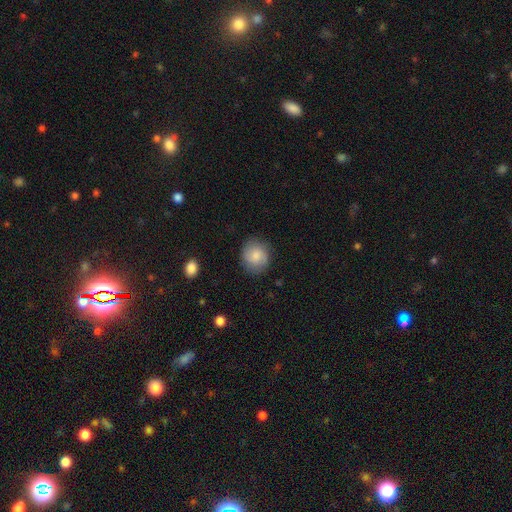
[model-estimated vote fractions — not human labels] A smooth galaxy with no disk features (75%) that is round (82%).

Vote fractions:
- Smooth or featured? smooth: 75% / featured or disk: 17% / star or artifact: 8%
- How rounded? round: 82% / in between: 17% / cigar-shaped: 1%
- Merging? none: 82% / minor disturbance: 13% / major disturbance: 3% / merger: 1%